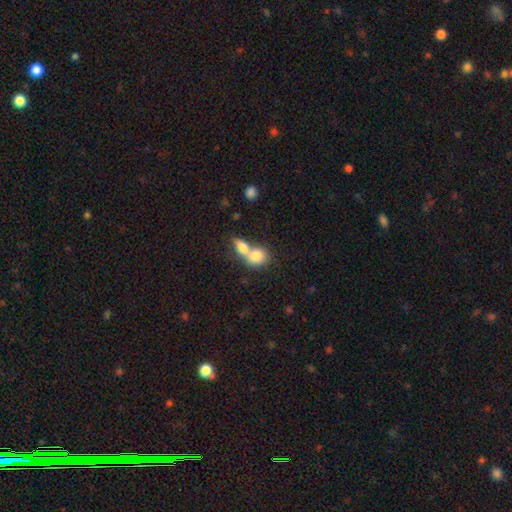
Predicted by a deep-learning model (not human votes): Q: Smooth or featured?
A: smooth (78%); runner-up: featured or disk (14%)
Q: How rounded?
A: in between (50%); runner-up: round (48%)
Q: Merging?
A: merger (72%); runner-up: none (19%)